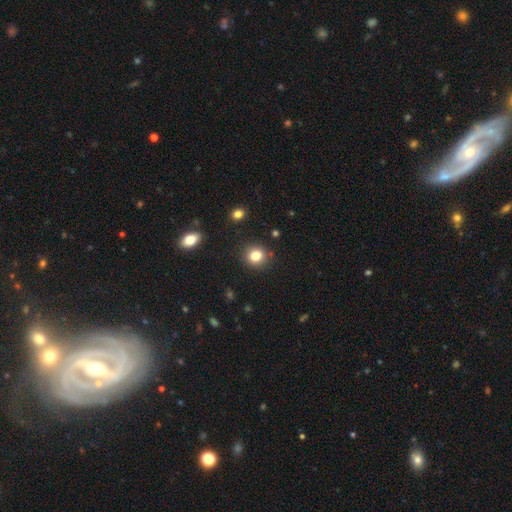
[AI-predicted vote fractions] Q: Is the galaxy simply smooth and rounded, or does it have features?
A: smooth — 81%.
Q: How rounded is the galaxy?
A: round — 84%.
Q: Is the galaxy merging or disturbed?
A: none — 88%.